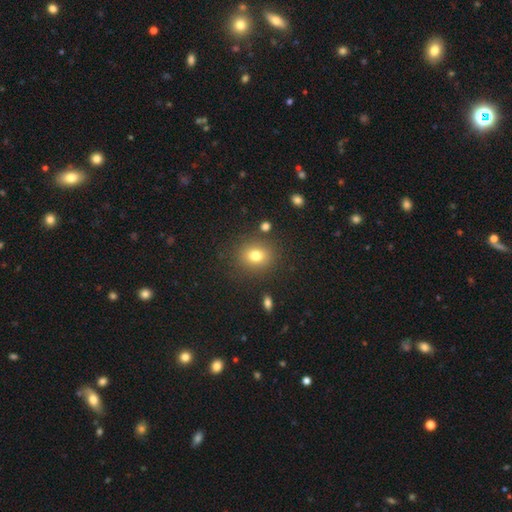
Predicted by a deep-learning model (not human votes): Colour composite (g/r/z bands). It shows a smooth galaxy with no disk features (78%) that is round (68%). Merging: none (84%).